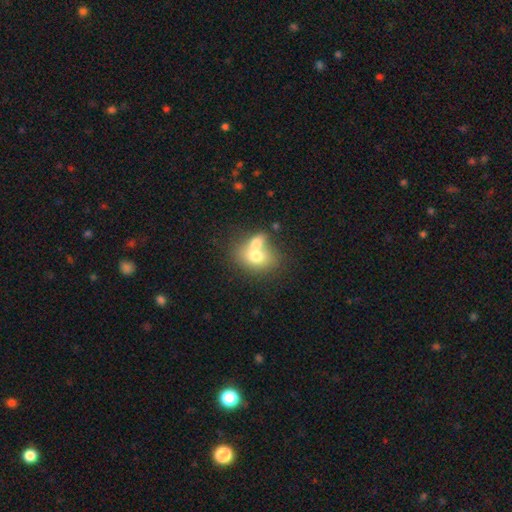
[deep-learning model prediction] Morphology: type=smooth (70%); roundness=in between (62%); merging=merger (62%).